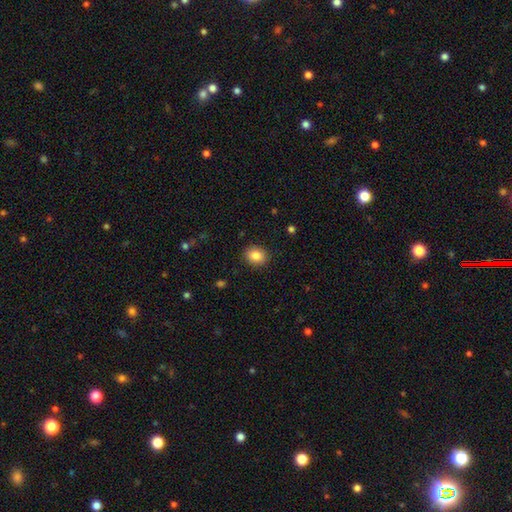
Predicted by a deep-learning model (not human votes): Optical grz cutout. It shows a smooth galaxy with no disk features (85%) that is in between round and cigar-shaped (50%). Merging: none (89%).